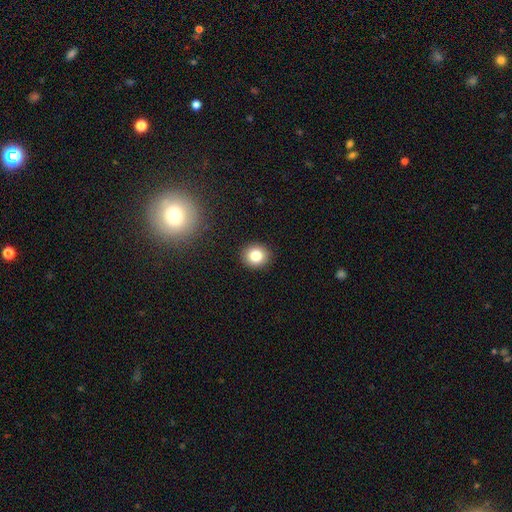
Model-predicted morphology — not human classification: Smooth or featured?
  - smooth: 82% *
  - star or artifact: 11%
  - featured or disk: 7%
How rounded?
  - round: 84% *
  - in between: 15%
  - cigar-shaped: 1%
Merging?
  - none: 91% *
  - minor disturbance: 6%
  - major disturbance: 2%
  - merger: 1%